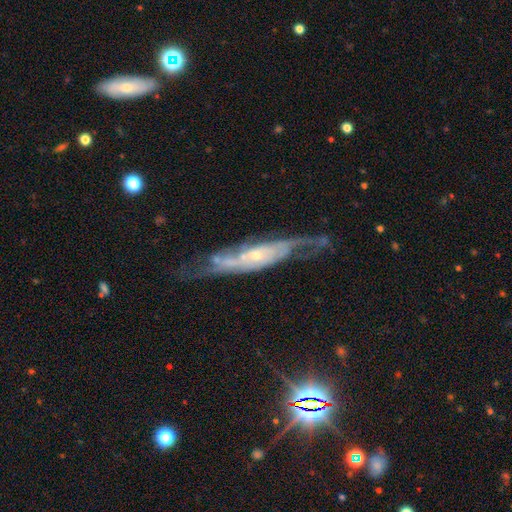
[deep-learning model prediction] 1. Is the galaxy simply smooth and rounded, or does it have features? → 82% featured or disk, 11% smooth, 7% star or artifact.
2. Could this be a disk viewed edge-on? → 67% no, 33% yes.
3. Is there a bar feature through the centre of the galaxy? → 63% no, 28% weak, 10% strong.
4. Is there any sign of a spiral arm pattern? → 89% yes, 11% no.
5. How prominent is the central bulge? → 68% small, 27% moderate, 2% none, 2% large, 1% dominant.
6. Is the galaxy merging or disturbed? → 60% none, 23% minor disturbance, 14% major disturbance, 3% merger.